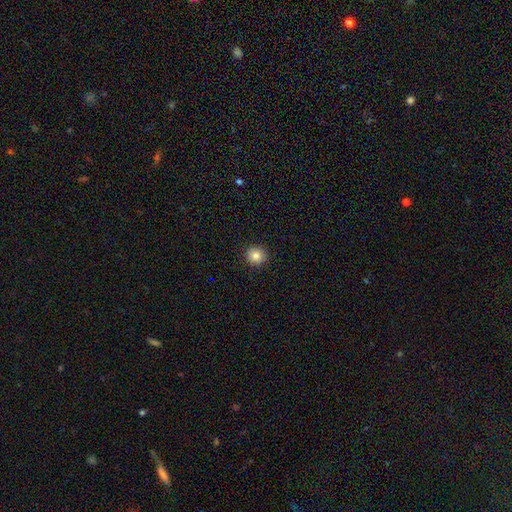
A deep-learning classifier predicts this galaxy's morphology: smooth-or-featured: smooth: 84% | star or artifact: 11% | featured or disk: 6%
  how-rounded: round: 92% | in between: 7% | cigar-shaped: 1%
  merging: none: 92% | minor disturbance: 5% | major disturbance: 2% | merger: 1%